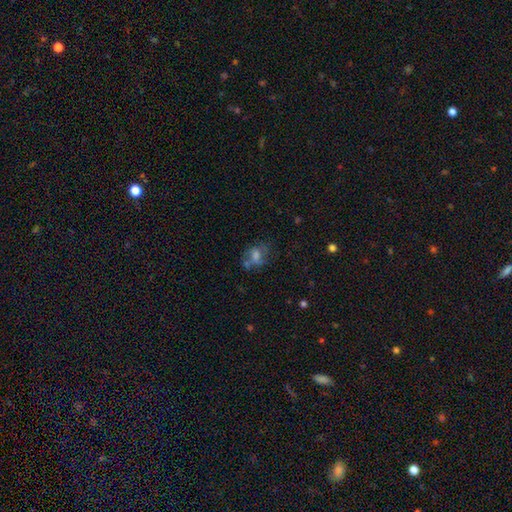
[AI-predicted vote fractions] Smooth or featured? Predicted: featured or disk (p=0.46). Merging? Predicted: none (p=0.57).